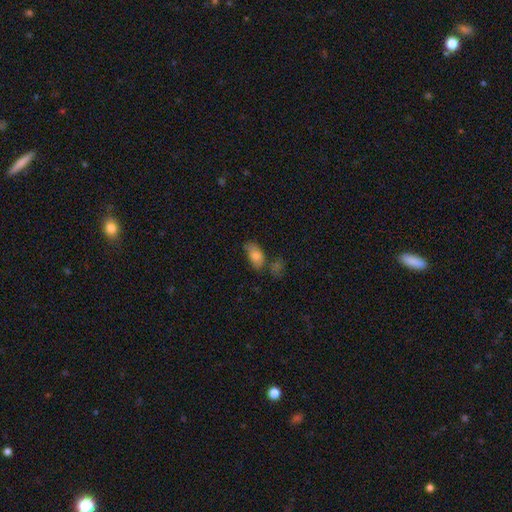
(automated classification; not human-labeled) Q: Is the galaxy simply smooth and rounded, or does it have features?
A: smooth — 78%.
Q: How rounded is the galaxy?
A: in between — 90%.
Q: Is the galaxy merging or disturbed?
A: none — 50%.